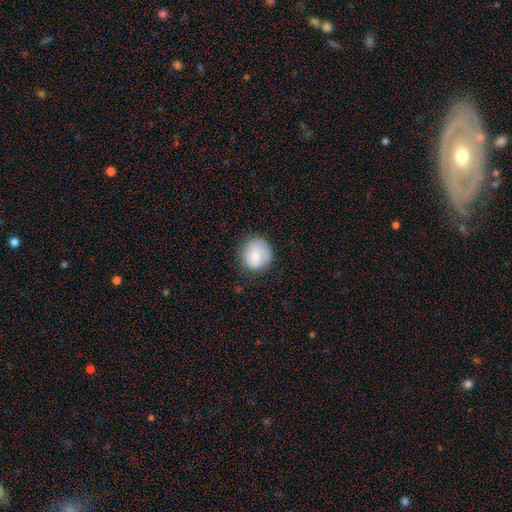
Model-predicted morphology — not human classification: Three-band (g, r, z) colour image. It shows a smooth galaxy with no disk features (78%) that is round (85%). Merging: none (77%).